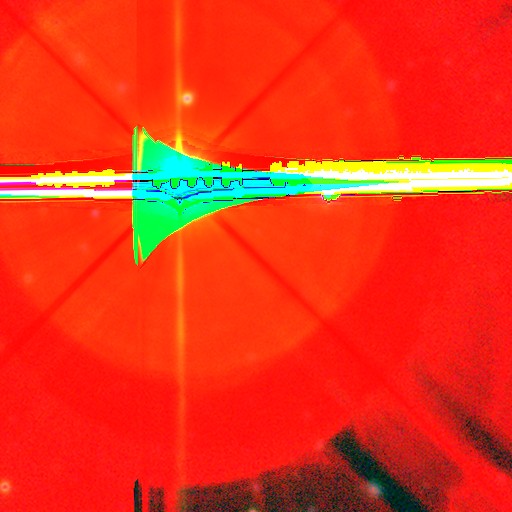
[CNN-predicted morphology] star or artifact 89%, featured or disk 7%, smooth 4%.